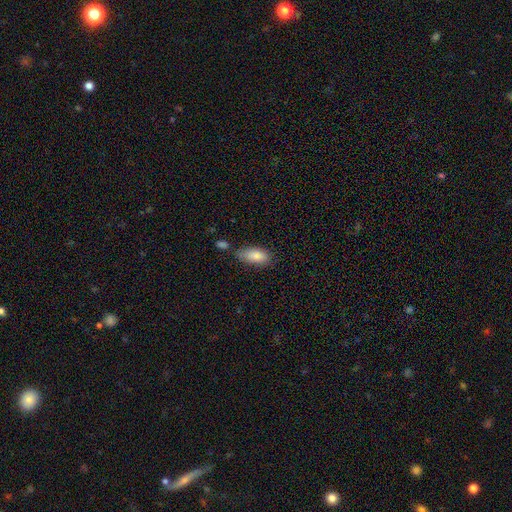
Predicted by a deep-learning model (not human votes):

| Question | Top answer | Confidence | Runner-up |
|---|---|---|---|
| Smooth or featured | smooth | 85% | featured or disk (9%) |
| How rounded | in between | 88% | cigar-shaped (10%) |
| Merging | none | 62% | minor disturbance (23%) |